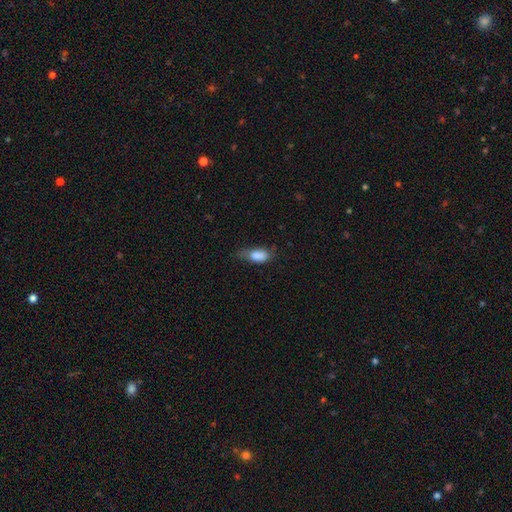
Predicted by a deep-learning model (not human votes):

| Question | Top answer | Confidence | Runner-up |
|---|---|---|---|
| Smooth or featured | smooth | 83% | featured or disk (9%) |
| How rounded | in between | 87% | cigar-shaped (9%) |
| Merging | none | 44% | minor disturbance (38%) |